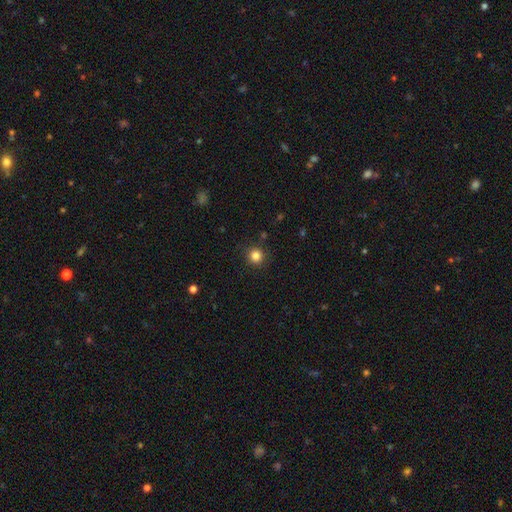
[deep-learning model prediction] smooth 83%, star or artifact 12%, featured or disk 5%. Down the decision tree: how rounded — round (94%); merging — none (90%).